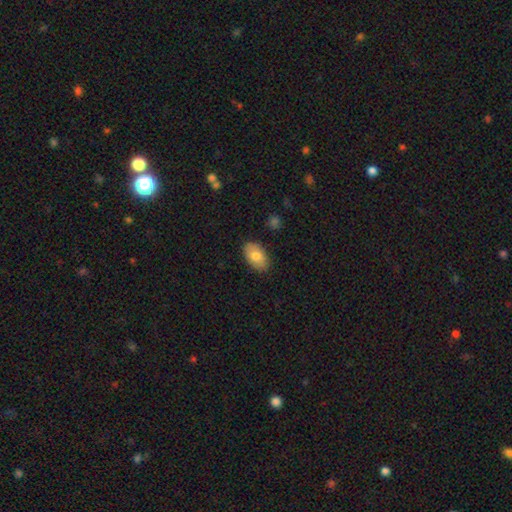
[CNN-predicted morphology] Smooth or featured? Predicted: smooth (p=0.79). How rounded? Predicted: in between (p=0.93). Merging? Predicted: none (p=0.84).